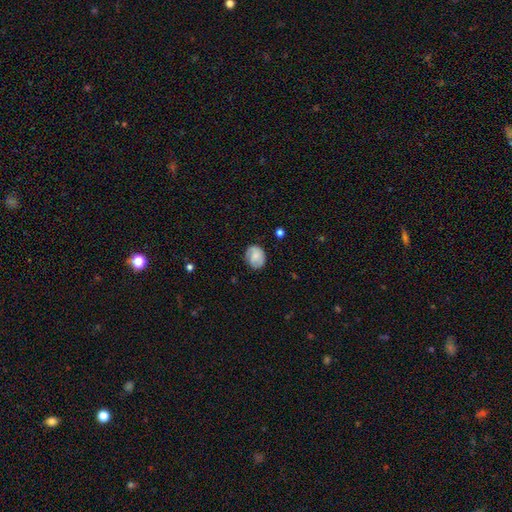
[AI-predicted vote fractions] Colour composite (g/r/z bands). It shows a smooth galaxy with no disk features (66%) that is round (51%). Merging: none (72%).